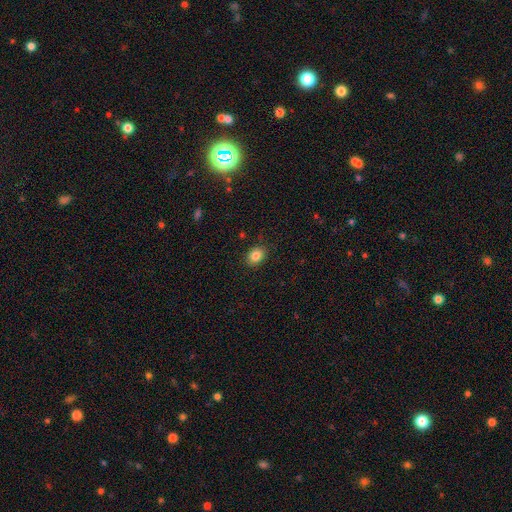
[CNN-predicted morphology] smooth 85%, star or artifact 10%, featured or disk 6%. Down the decision tree: how rounded — in between (60%); merging — none (87%).